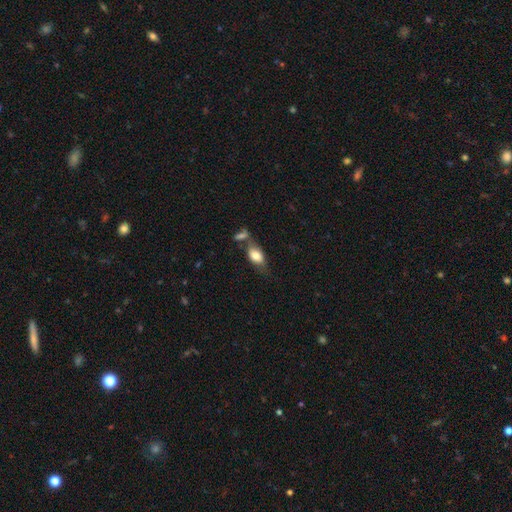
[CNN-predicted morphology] smooth-or-featured: smooth: 77% | featured or disk: 16% | star or artifact: 7%
  how-rounded: in between: 88% | round: 8% | cigar-shaped: 5%
  merging: none: 44% | merger: 30% | minor disturbance: 18% | major disturbance: 9%